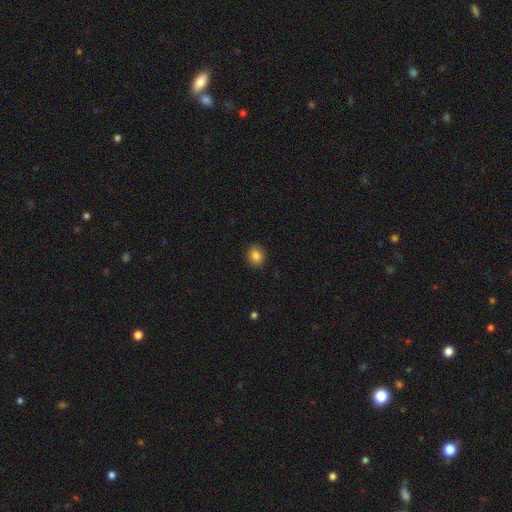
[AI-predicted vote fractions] The model was most divided on "how rounded": round: 71%, in between: 28%, cigar-shaped: 1%. More confident: merging — none (88%); smooth or featured — smooth (85%).